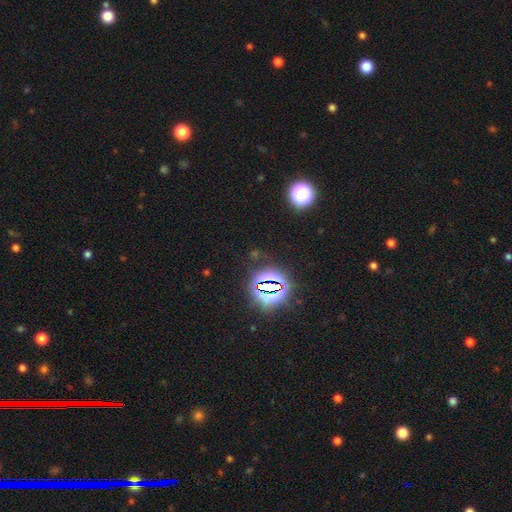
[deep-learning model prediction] Smooth or featured?
  - star or artifact: 76% *
  - smooth: 16%
  - featured or disk: 8%